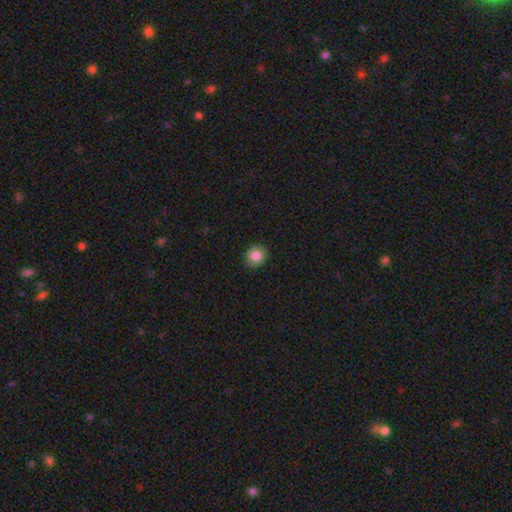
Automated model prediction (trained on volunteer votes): Morphology: type=smooth (84%); roundness=round (79%); merging=none (87%).